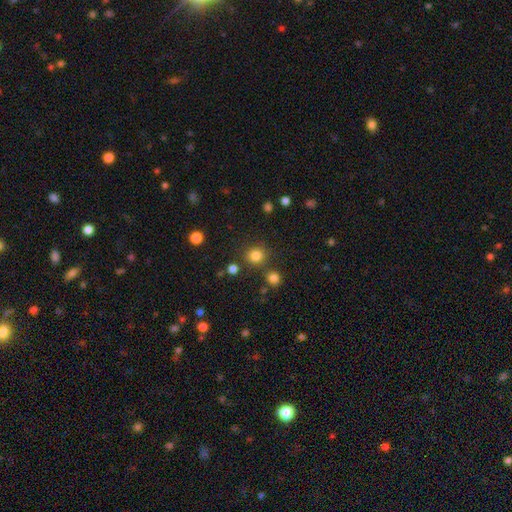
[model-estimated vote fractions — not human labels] The model was most divided on "smooth or featured": smooth: 81%, star or artifact: 14%, featured or disk: 5%. More confident: how rounded — round (89%); merging — none (81%).